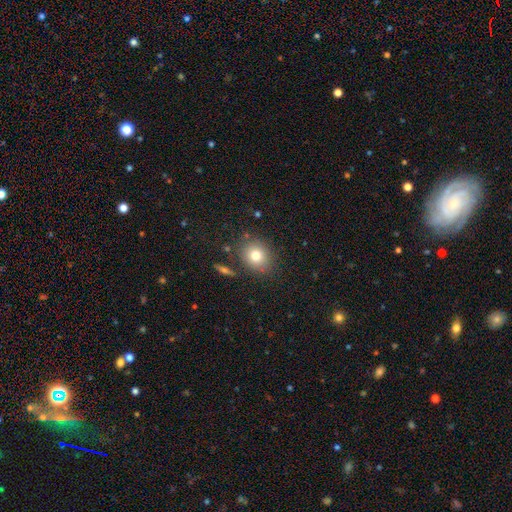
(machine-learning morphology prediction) A smooth galaxy with no disk features (78%) that is round (69%). Merging: none (83%).